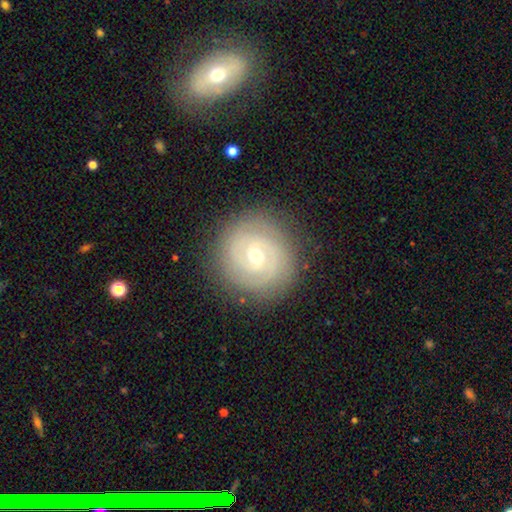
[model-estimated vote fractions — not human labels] A featured or disk galaxy (82%) with no bar (51%), 2 (60%) tight (77%) spiral arms (94%) and a small central bulge (49%).

Vote fractions:
- Smooth or featured? featured or disk: 82% / smooth: 11% / star or artifact: 7%
- Edge-on disk? no: 98% / yes: 2%
- Bar? no: 51% / weak: 39% / strong: 10%
- Spiral arms? yes: 94% / no: 6%
- Spiral winding? tight: 77% / medium: 19% / loose: 4%
- Spiral arm count? 2: 60% / can't tell: 16% / 3: 14% / 4: 4% / 1: 3% / more than 4: 3%
- Bulge size? small: 49% / moderate: 48% / large: 1% / none: 1% / dominant: 1%
- Merging? none: 87% / minor disturbance: 9% / major disturbance: 3% / merger: 1%